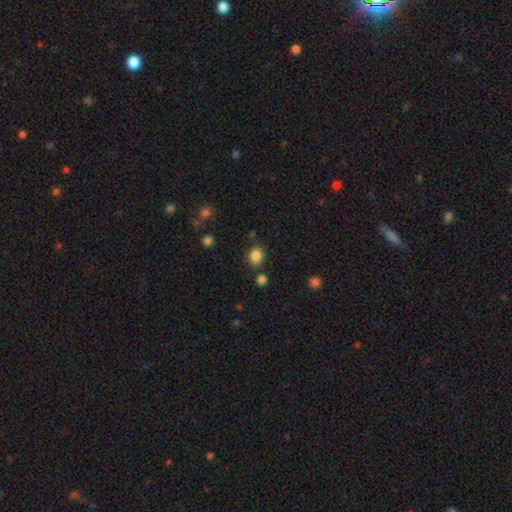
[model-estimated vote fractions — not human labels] smooth_or_featured: smooth (p=0.84) [alt: star or artifact p=0.11]
how_rounded: round (p=0.67) [alt: in between p=0.32]
merging: none (p=0.80) [alt: minor disturbance p=0.11]